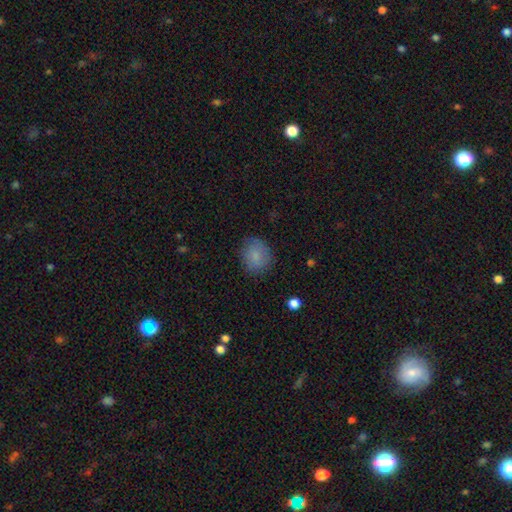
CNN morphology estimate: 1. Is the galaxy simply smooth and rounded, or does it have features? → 83% smooth, 9% featured or disk, 9% star or artifact.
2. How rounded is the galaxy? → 72% round, 27% in between, 1% cigar-shaped.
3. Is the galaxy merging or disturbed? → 80% none, 15% minor disturbance, 4% major disturbance, 1% merger.